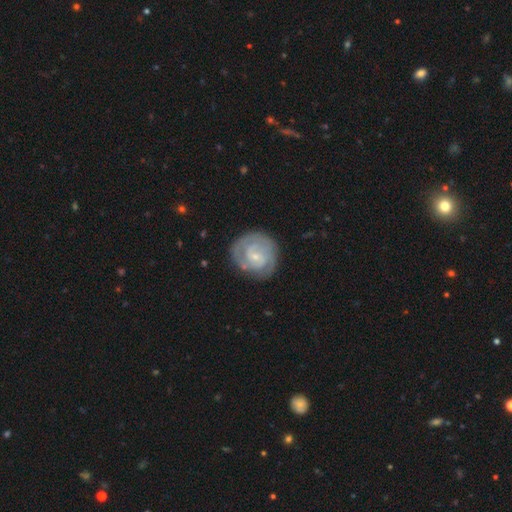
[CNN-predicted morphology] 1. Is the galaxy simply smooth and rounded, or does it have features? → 79% featured or disk, 16% smooth, 5% star or artifact.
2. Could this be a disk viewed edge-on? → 98% no, 2% yes.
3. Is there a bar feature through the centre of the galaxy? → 52% no, 41% weak, 7% strong.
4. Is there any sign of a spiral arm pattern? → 93% yes, 7% no.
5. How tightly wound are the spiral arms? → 61% tight, 32% medium, 7% loose.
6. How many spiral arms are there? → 49% 2, 23% can't tell, 16% 3, 5% 1, 4% 4, 3% more than 4.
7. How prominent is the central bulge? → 77% small, 17% moderate, 4% none, 1% large, 1% dominant.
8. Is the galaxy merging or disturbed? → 77% none, 15% minor disturbance, 6% major disturbance, 2% merger.